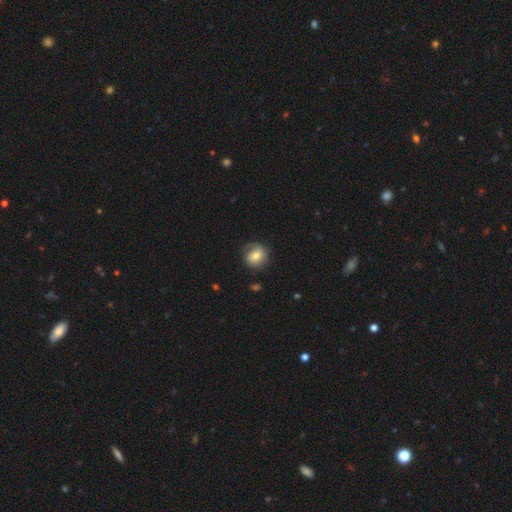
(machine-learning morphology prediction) A smooth galaxy with no disk features (57%) that is round (78%). Merging: none (68%).